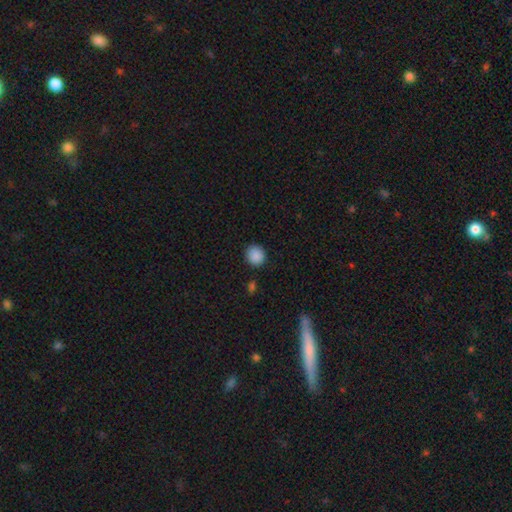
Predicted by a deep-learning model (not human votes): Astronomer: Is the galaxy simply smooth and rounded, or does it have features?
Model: smooth — 89%.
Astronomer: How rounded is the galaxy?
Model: round — 89%.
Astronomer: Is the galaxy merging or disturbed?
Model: none — 90%.